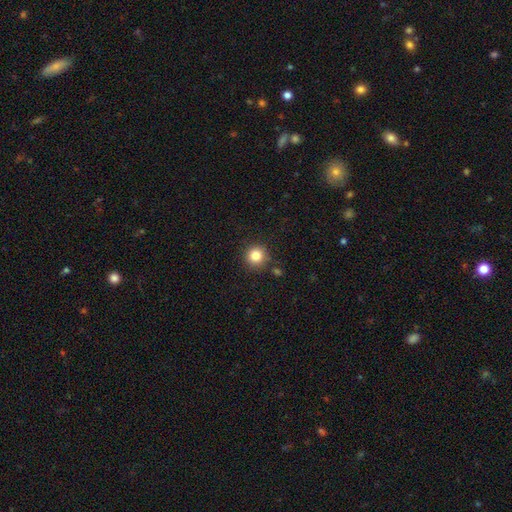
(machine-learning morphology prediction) A smooth galaxy with no disk features (84%) that is round (94%).

Vote fractions:
- Smooth or featured? smooth: 84% / star or artifact: 11% / featured or disk: 5%
- How rounded? round: 94% / in between: 5% / cigar-shaped: 1%
- Merging? none: 87% / minor disturbance: 8% / merger: 3% / major disturbance: 2%